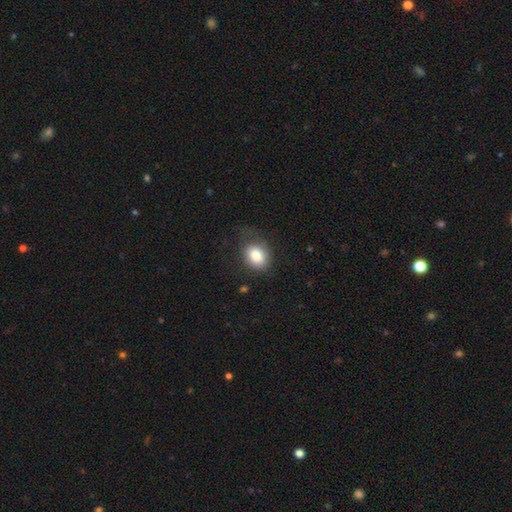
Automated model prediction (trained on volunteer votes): Smooth or featured? Predicted: smooth (p=0.83). How rounded? Predicted: in between (p=0.65). Merging? Predicted: none (p=0.62).